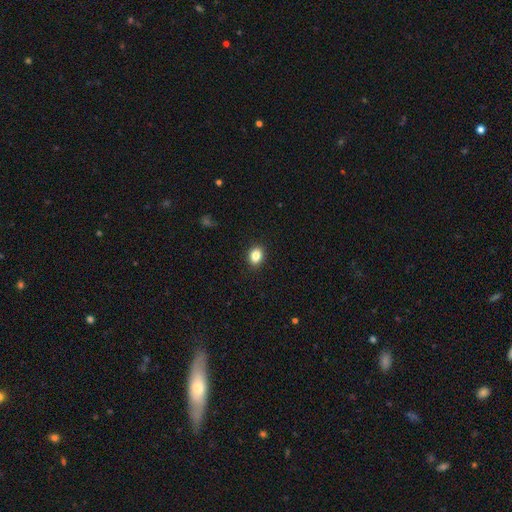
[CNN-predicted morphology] Smooth or featured: smooth — 85% (star or artifact — 10%)
How rounded: in between — 64% (round — 35%)
Merging: none — 90% (minor disturbance — 7%)